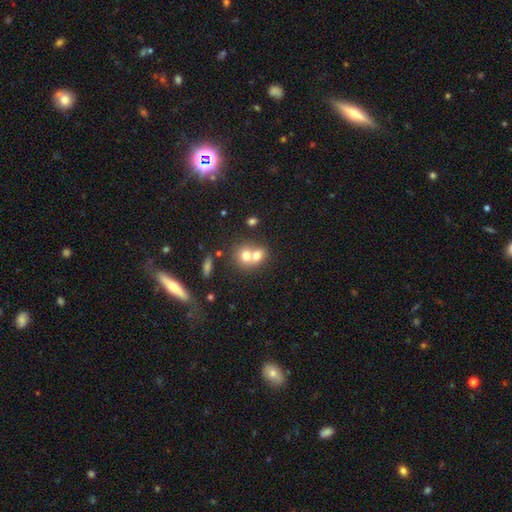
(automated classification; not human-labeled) A smooth galaxy with no disk features (68%) that is round (63%).

Vote fractions:
- Smooth or featured? smooth: 68% / featured or disk: 21% / star or artifact: 11%
- How rounded? round: 63% / in between: 36% / cigar-shaped: 1%
- Merging? merger: 67% / none: 24% / minor disturbance: 6% / major disturbance: 3%